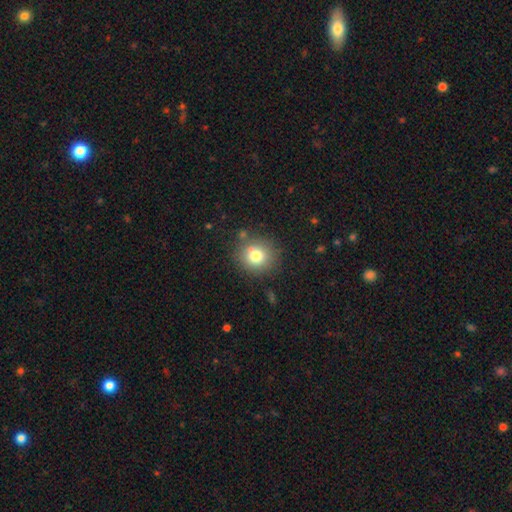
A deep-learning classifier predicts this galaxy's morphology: Q: Smooth or featured?
A: smooth (76%); runner-up: star or artifact (13%)
Q: How rounded?
A: round (88%); runner-up: in between (11%)
Q: Merging?
A: none (78%); runner-up: minor disturbance (12%)